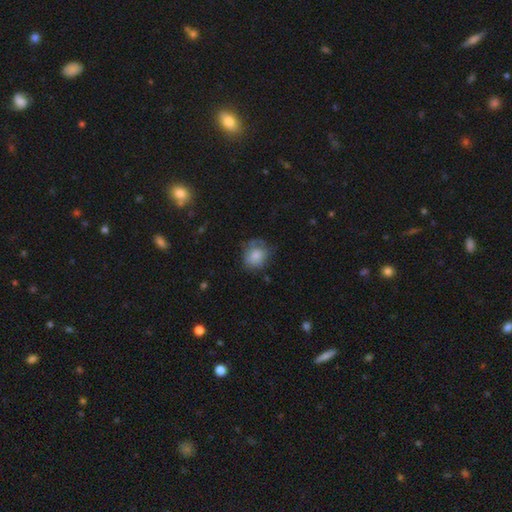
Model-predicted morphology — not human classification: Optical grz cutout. It shows a smooth galaxy with no disk features (72%) that is round (70%). Merging: none (56%).